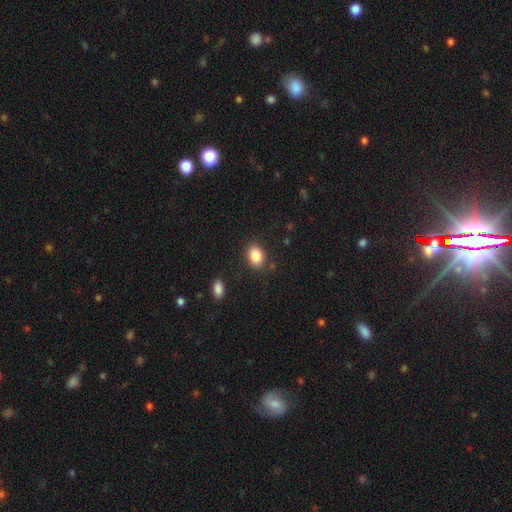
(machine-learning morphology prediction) smooth 86%, star or artifact 9%, featured or disk 5%. Down the decision tree: how rounded — in between (68%); merging — none (84%).